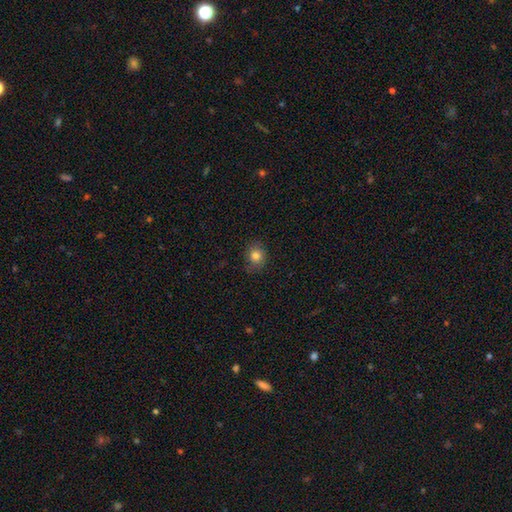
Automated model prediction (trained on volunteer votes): Smooth or featured: smooth — 81% (star or artifact — 12%)
How rounded: round — 71% (in between — 28%)
Merging: none — 81% (minor disturbance — 15%)